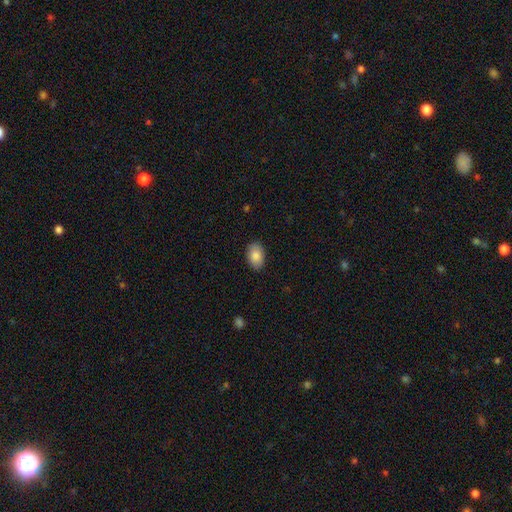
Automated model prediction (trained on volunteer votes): smooth 86%, featured or disk 7%, star or artifact 7%. Down the decision tree: how rounded — in between (89%); merging — none (87%).